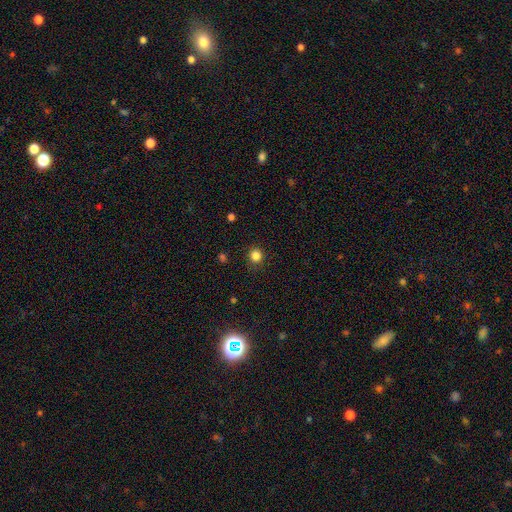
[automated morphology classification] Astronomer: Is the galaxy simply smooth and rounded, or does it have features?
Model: smooth — 83%.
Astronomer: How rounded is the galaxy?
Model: round — 90%.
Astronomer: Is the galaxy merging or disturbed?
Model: none — 88%.